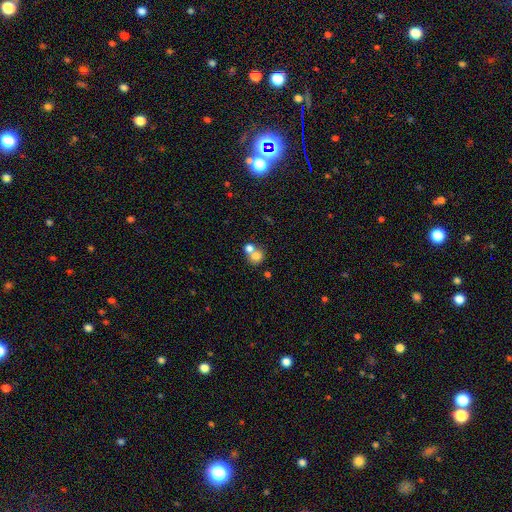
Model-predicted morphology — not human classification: Smooth or featured? smooth (73%)
How rounded? round (76%)
Merging? merger (56%)